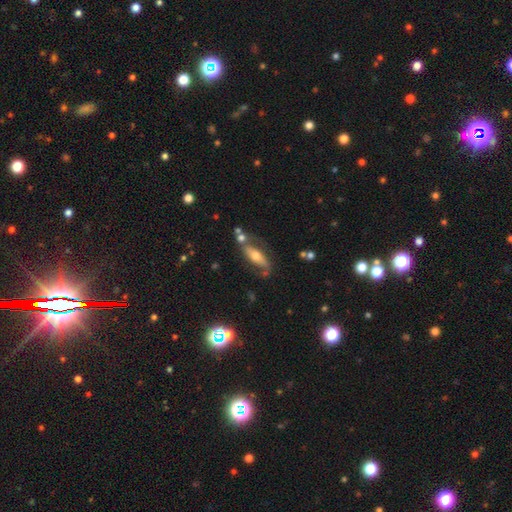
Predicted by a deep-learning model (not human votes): smooth_or_featured: featured or disk (p=0.52) [alt: smooth p=0.41]
disk_edge_on: no (p=0.62) [alt: yes p=0.38]
merging: none (p=0.58) [alt: minor disturbance p=0.19]